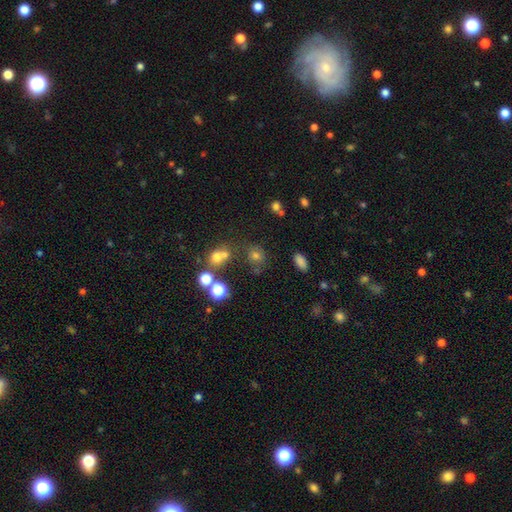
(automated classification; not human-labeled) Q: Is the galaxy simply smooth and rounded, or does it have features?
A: smooth — 66%.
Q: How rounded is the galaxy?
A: round — 77%.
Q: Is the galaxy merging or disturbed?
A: none — 64%.